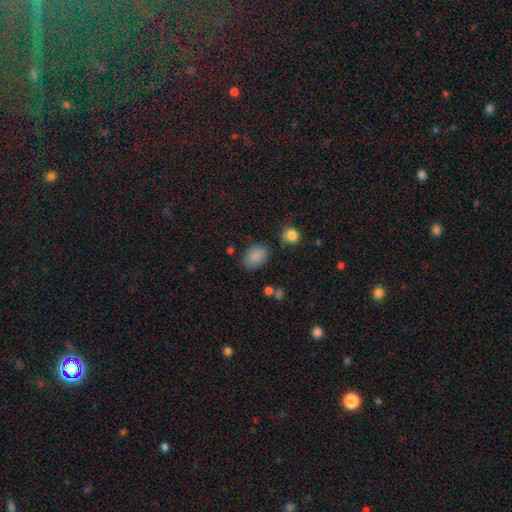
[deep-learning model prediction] The model was most divided on "merging": none: 75%, minor disturbance: 16%, major disturbance: 4%, merger: 4%. More confident: smooth or featured — smooth (86%); how rounded — in between (83%).